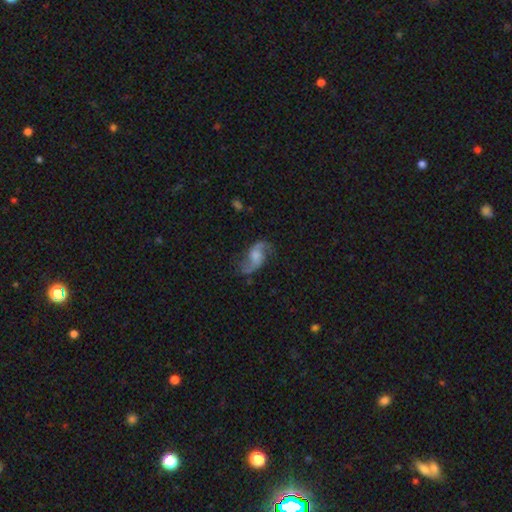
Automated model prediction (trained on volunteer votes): featured or disk 84%, smooth 10%, star or artifact 7%. Down the decision tree: edge-on disk — no (97%); bar — no (55%); spiral arms — yes (95%); spiral arm count — 2 (93%); spiral winding — loose (72%); bulge size — moderate (36%); merging — none (73%).